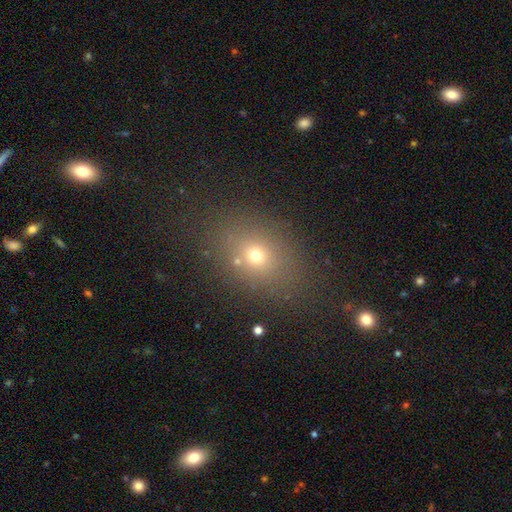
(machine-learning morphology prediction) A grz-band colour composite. It shows a smooth galaxy with no disk features (65%) that is in between round and cigar-shaped (52%). Merging: none (80%).